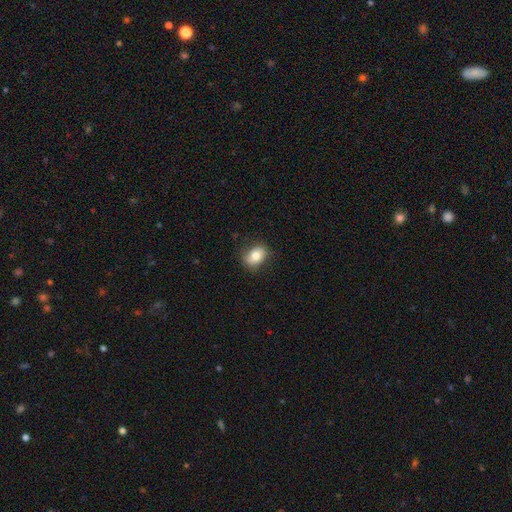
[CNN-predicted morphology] Q: Smooth or featured?
A: smooth (79%); runner-up: featured or disk (13%)
Q: How rounded?
A: in between (70%); runner-up: round (29%)
Q: Merging?
A: none (82%); runner-up: minor disturbance (14%)